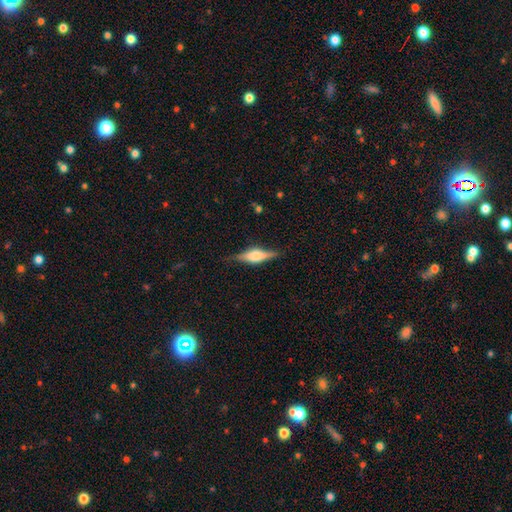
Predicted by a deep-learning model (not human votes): The model was most divided on "smooth or featured": featured or disk: 60%, smooth: 33%, star or artifact: 7%. More confident: edge-on disk — yes (95%); merging — none (81%); edge-on bulge — rounded (79%).